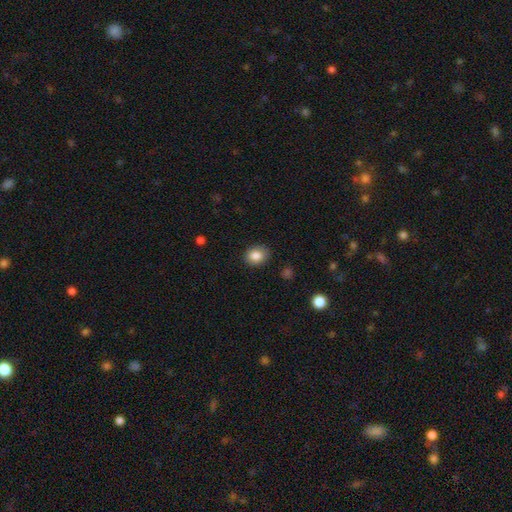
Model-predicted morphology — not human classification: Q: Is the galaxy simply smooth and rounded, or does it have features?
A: smooth — 85%.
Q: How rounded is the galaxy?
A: in between — 50%.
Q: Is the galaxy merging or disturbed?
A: none — 85%.